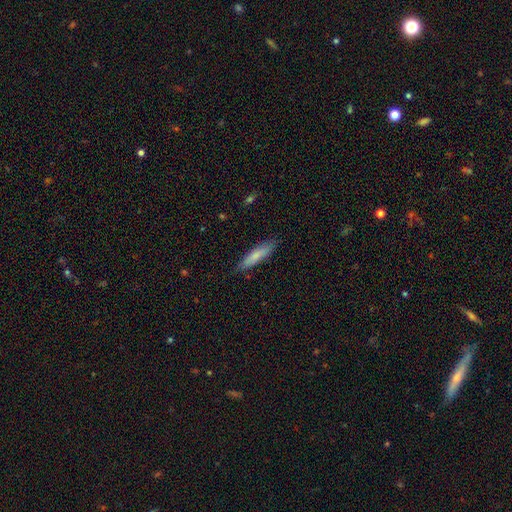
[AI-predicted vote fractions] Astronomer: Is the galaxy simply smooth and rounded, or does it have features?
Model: smooth — 77%.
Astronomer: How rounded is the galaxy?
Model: cigar-shaped — 80%.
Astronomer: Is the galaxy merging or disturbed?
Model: none — 83%.